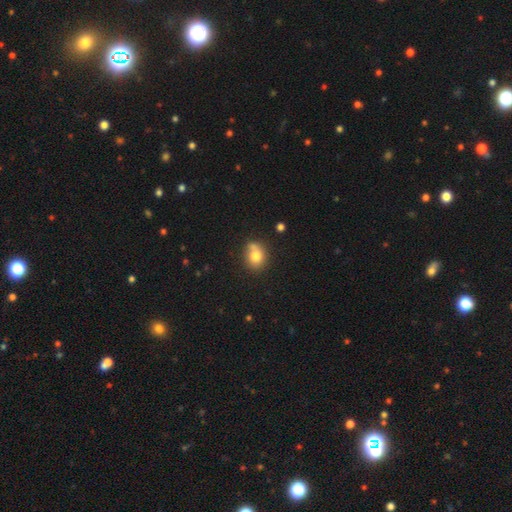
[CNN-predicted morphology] A smooth galaxy with no disk features (77%) that is round (58%).

Vote fractions:
- Smooth or featured? smooth: 77% / featured or disk: 13% / star or artifact: 11%
- How rounded? round: 58% / in between: 41% / cigar-shaped: 1%
- Merging? none: 54% / merger: 22% / minor disturbance: 18% / major disturbance: 5%